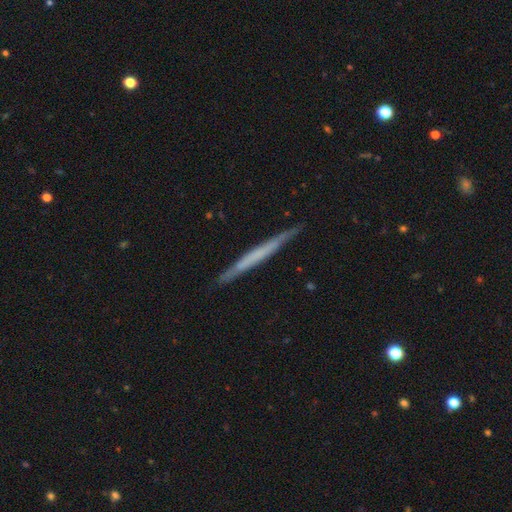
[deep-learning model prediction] featured or disk 55%, smooth 40%, star or artifact 6%. Down the decision tree: edge-on disk — yes (96%); edge-on bulge — none (86%); merging — none (89%).